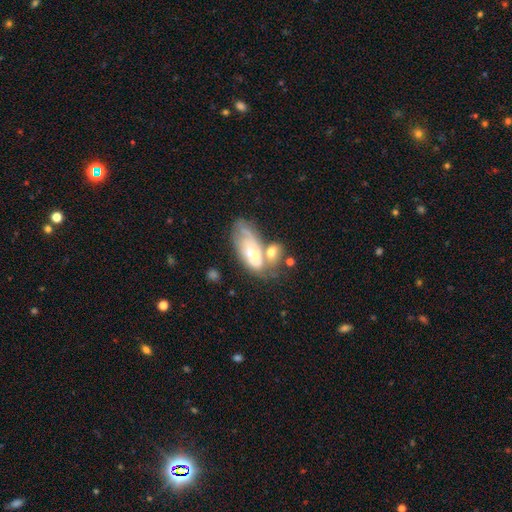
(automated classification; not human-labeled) The model was most divided on "smooth or featured": featured or disk: 52%, smooth: 40%, star or artifact: 9%. Remaining: edge-on disk — no (92%); merging — merger (43%).